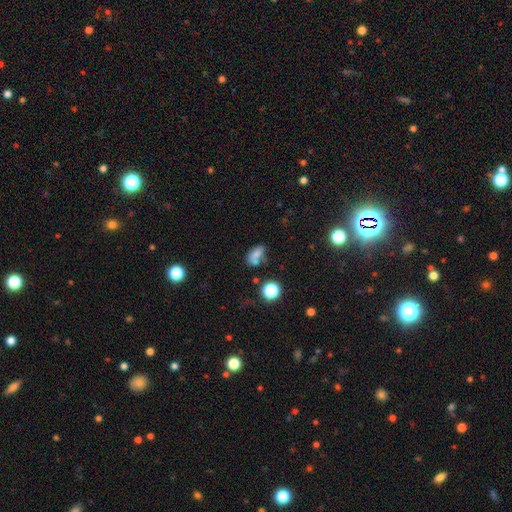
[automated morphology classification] A smooth galaxy with no disk features (65%) that is in between round and cigar-shaped (81%). Merging: none (46%).